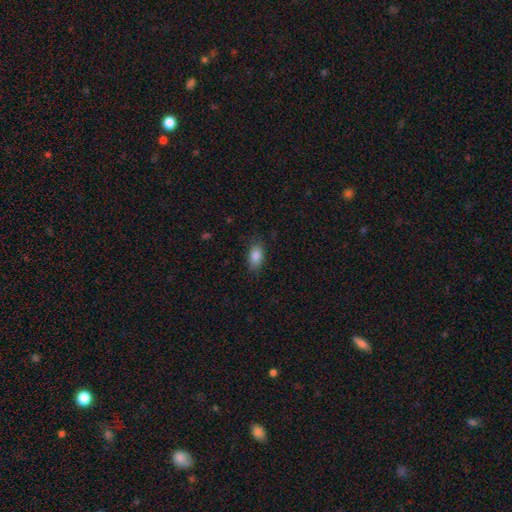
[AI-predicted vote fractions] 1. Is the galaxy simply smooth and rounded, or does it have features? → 86% smooth, 8% star or artifact, 6% featured or disk.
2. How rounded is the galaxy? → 89% in between, 6% round, 4% cigar-shaped.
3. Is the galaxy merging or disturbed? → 79% none, 15% minor disturbance, 4% major disturbance, 1% merger.